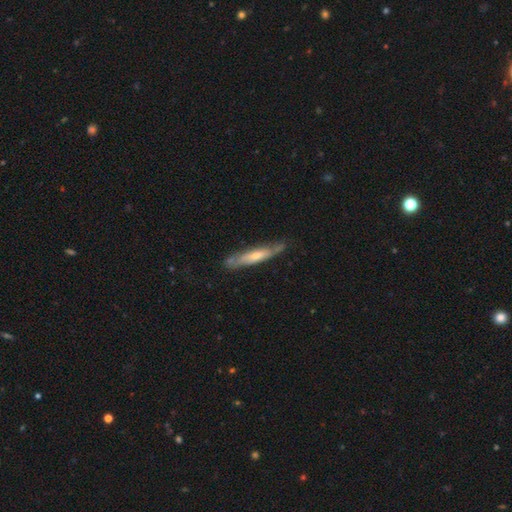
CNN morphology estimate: Smooth or featured? featured or disk (58%)
Edge-on disk? yes (68%)
Merging? none (72%)